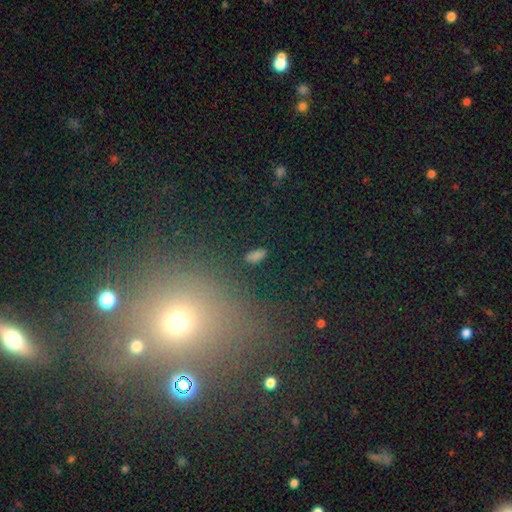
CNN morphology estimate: smooth 57%, star or artifact 32%, featured or disk 12%. Down the decision tree: how rounded — in between (65%); merging — none (83%).